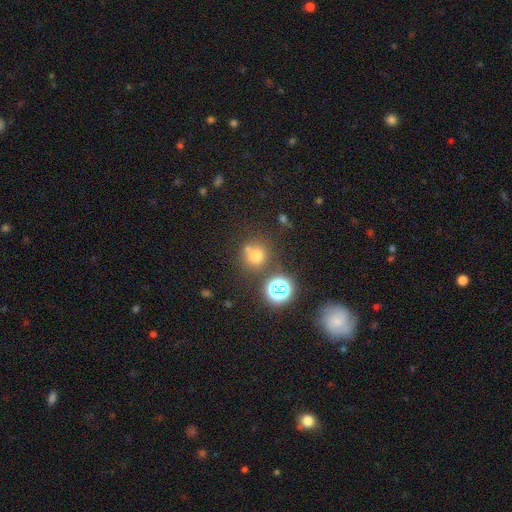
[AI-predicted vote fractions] Smooth or featured? smooth (68%)
How rounded? round (90%)
Merging? none (70%)